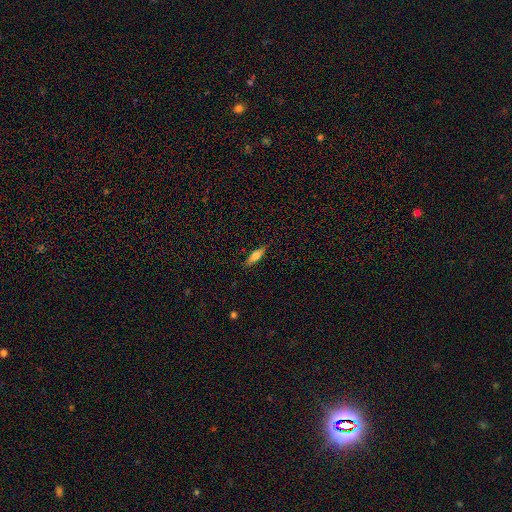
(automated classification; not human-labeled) A smooth galaxy with no disk features (62%) that is cigar-shaped (56%).

Vote fractions:
- Smooth or featured? smooth: 62% / featured or disk: 31% / star or artifact: 7%
- How rounded? cigar-shaped: 56% / in between: 42% / round: 2%
- Merging? none: 86% / minor disturbance: 11% / major disturbance: 2% / merger: 1%